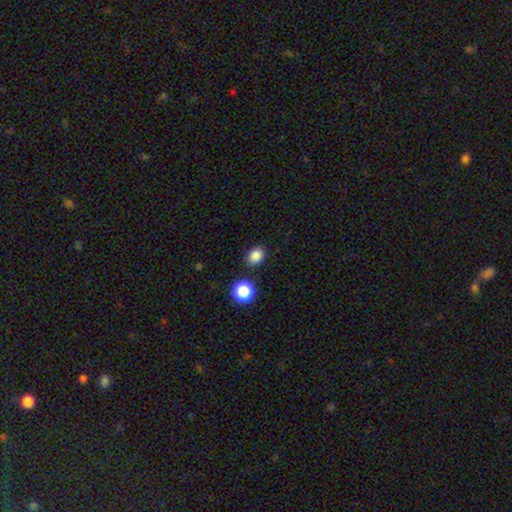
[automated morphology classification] A smooth galaxy with no disk features (85%) that is round (52%).

Vote fractions:
- Smooth or featured? smooth: 85% / star or artifact: 11% / featured or disk: 4%
- How rounded? round: 52% / in between: 47% / cigar-shaped: 1%
- Merging? none: 85% / minor disturbance: 8% / merger: 4% / major disturbance: 3%